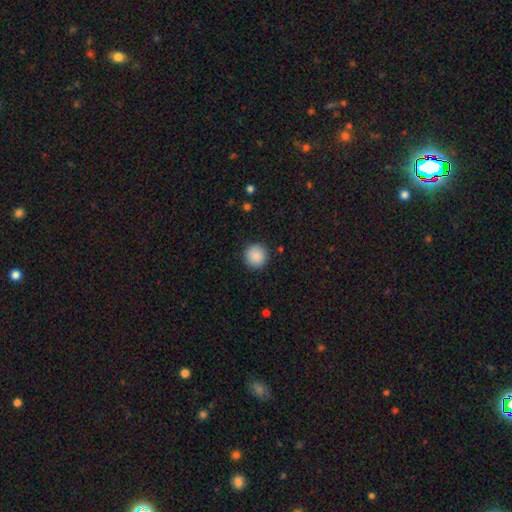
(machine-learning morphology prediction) This is clearly a smooth galaxy (89%). How rounded: clearly round (95%). Merging: clearly none (91%).